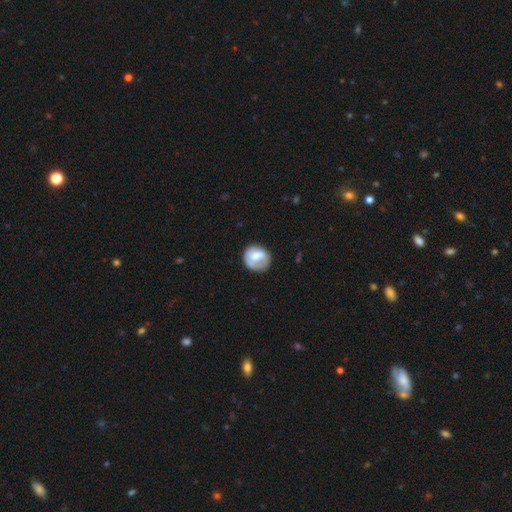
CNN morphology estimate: A smooth galaxy with no disk features (63%) that is round (81%). Merging: none (65%).